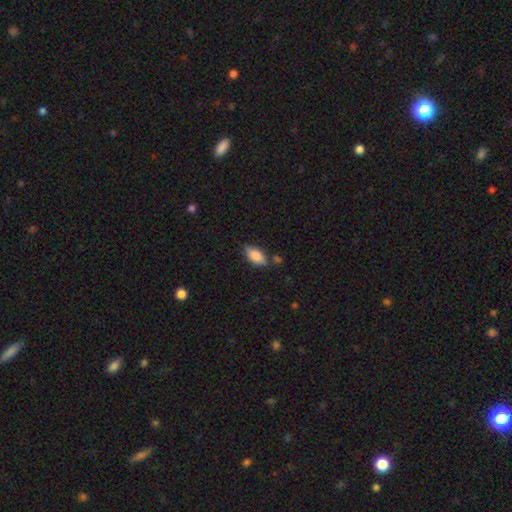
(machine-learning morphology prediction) Q: Smooth or featured?
A: smooth (79%); runner-up: featured or disk (14%)
Q: How rounded?
A: in between (87%); runner-up: cigar-shaped (10%)
Q: Merging?
A: none (73%); runner-up: minor disturbance (18%)